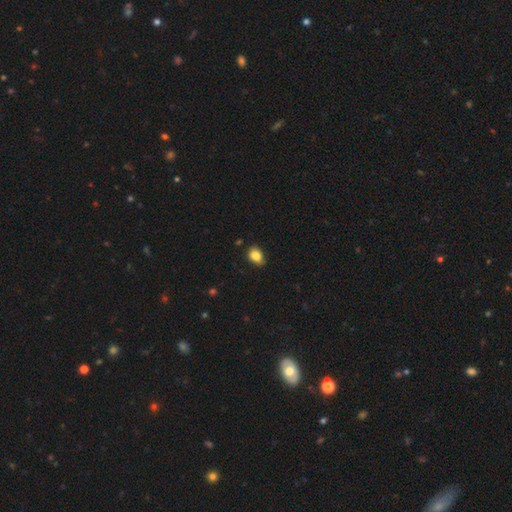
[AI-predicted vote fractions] Morphology: type=smooth (86%); roundness=in between (74%); merging=none (74%).